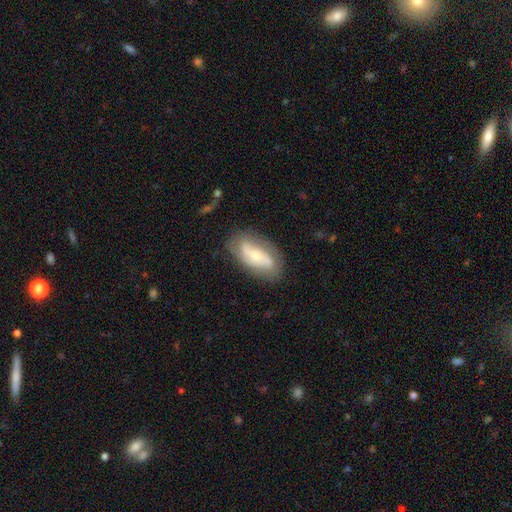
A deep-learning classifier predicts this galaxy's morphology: The model was most divided on "bulge size": small: 52%, moderate: 42%, large: 3%, none: 2%, dominant: 1%. Remaining: edge-on disk — no (91%); spiral arms — yes (80%); merging — none (75%); smooth or featured — featured or disk (64%); bar — no (45%).